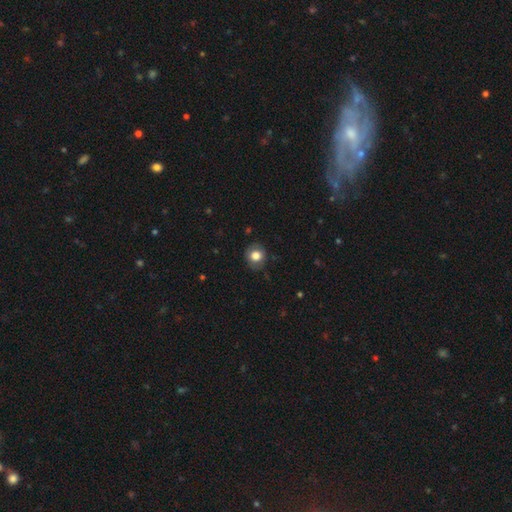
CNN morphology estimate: A smooth galaxy with no disk features (77%) that is round (82%).

Vote fractions:
- Smooth or featured? smooth: 77% / featured or disk: 14% / star or artifact: 9%
- How rounded? round: 82% / in between: 17% / cigar-shaped: 1%
- Merging? none: 83% / minor disturbance: 13% / major disturbance: 3% / merger: 1%